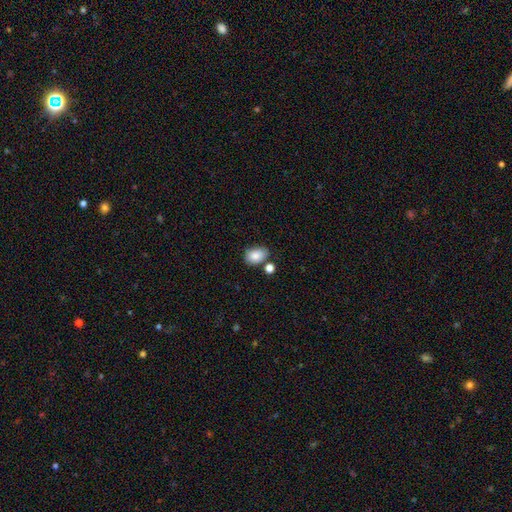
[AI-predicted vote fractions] Smooth or featured?
  - smooth: 86% *
  - star or artifact: 8%
  - featured or disk: 6%
How rounded?
  - in between: 84% *
  - round: 15%
  - cigar-shaped: 1%
Merging?
  - none: 64% *
  - minor disturbance: 20%
  - merger: 11%
  - major disturbance: 5%